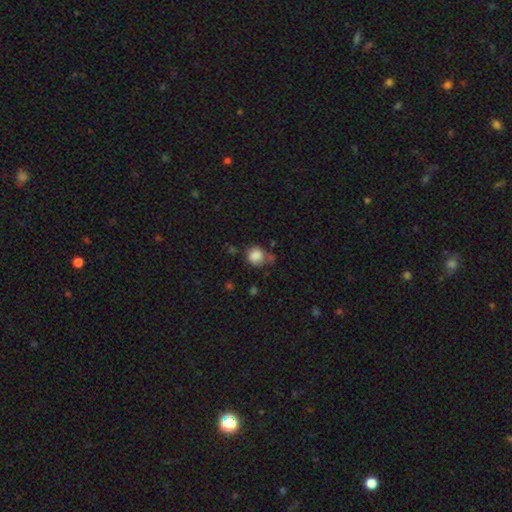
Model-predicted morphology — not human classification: smooth 85%, star or artifact 10%, featured or disk 5%. Down the decision tree: how rounded — round (84%); merging — none (63%).